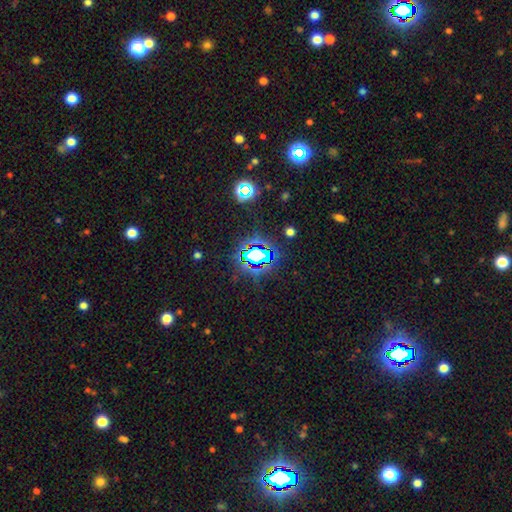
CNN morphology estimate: Smooth or featured: star or artifact — 70% (smooth — 18%)